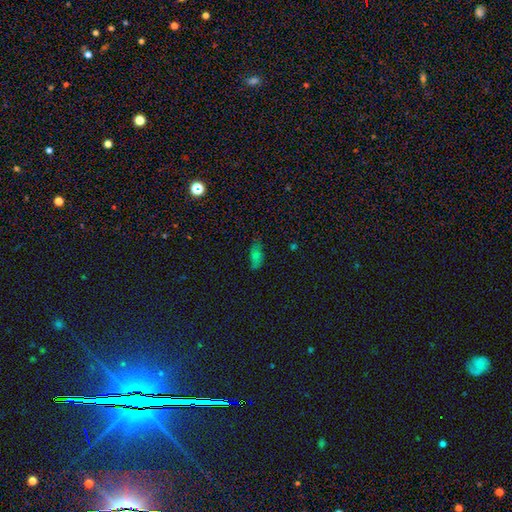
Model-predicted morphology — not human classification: Smooth or featured?
  - smooth: 57% *
  - star or artifact: 26%
  - featured or disk: 16%
How rounded?
  - in between: 74% *
  - cigar-shaped: 19%
  - round: 7%
Merging?
  - none: 68% *
  - minor disturbance: 23%
  - major disturbance: 7%
  - merger: 2%